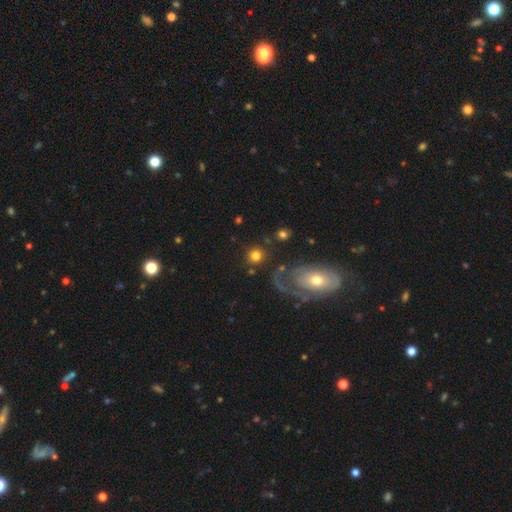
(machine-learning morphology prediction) This is likely a smooth galaxy (77%). How rounded: clearly round (90%). Merging: likely none (78%).